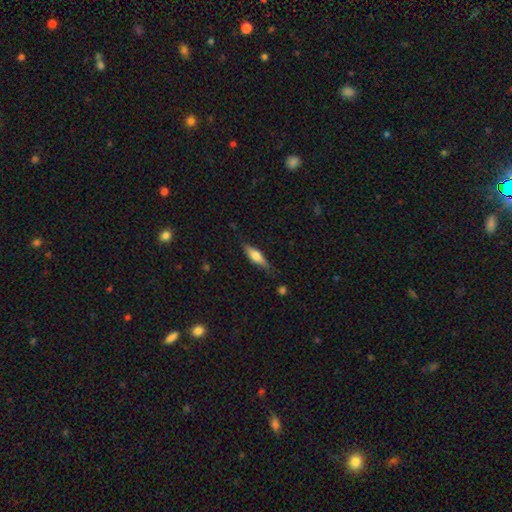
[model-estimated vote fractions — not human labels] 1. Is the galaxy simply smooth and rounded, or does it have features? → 50% smooth, 44% featured or disk, 6% star or artifact.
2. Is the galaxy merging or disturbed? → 81% none, 15% minor disturbance, 3% major disturbance, 2% merger.